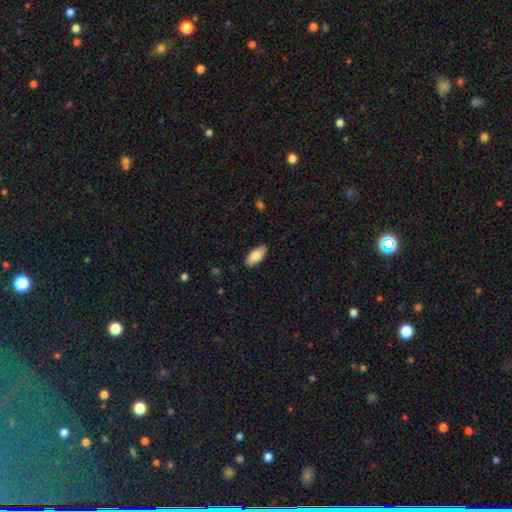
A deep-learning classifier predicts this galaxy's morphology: smooth-or-featured: smooth: 82% | featured or disk: 12% | star or artifact: 6%
  how-rounded: in between: 89% | cigar-shaped: 9% | round: 2%
  merging: none: 87% | minor disturbance: 10% | major disturbance: 2% | merger: 1%